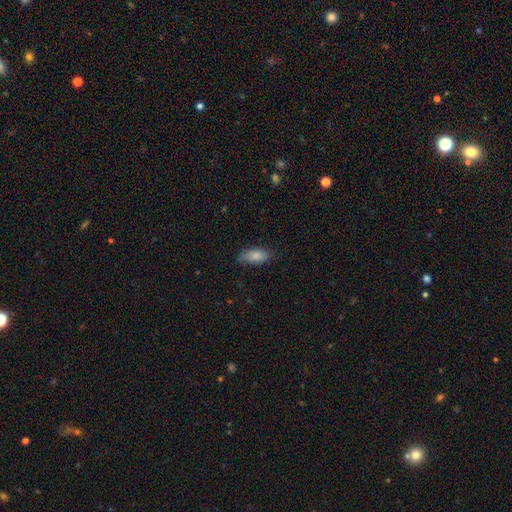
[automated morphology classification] smooth_or_featured: smooth (p=0.82) [alt: featured or disk p=0.11]
how_rounded: in between (p=0.88) [alt: cigar-shaped p=0.10]
merging: none (p=0.71) [alt: minor disturbance p=0.23]